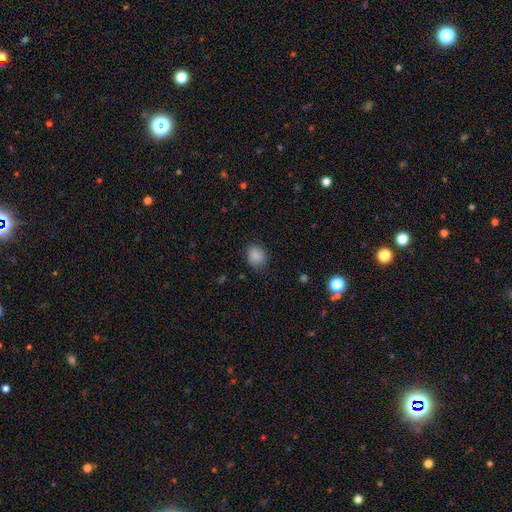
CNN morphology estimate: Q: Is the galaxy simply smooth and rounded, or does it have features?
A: smooth — 87%.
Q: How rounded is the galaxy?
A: round — 61%.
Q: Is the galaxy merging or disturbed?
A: none — 81%.